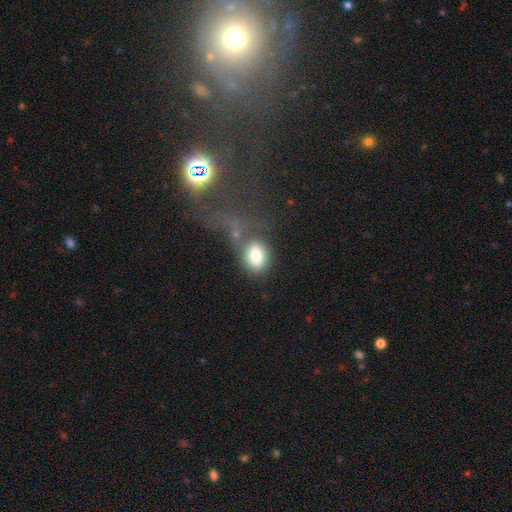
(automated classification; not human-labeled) Smooth or featured? Predicted: smooth (p=0.82). How rounded? Predicted: in between (p=0.78). Merging? Predicted: none (p=0.47).